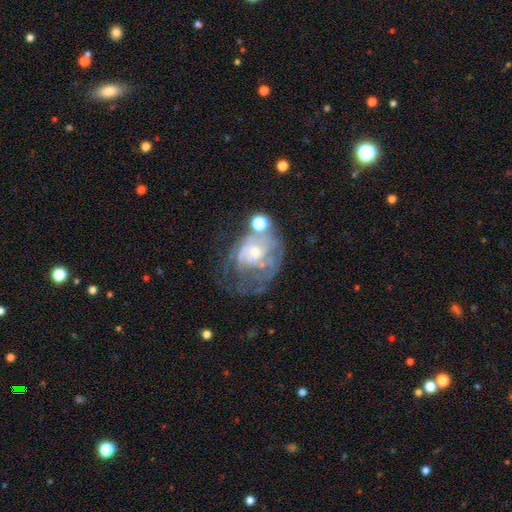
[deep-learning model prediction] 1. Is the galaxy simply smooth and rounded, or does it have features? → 69% featured or disk, 19% smooth, 12% star or artifact.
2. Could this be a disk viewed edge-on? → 97% no, 3% yes.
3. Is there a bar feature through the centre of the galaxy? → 78% no, 19% weak, 3% strong.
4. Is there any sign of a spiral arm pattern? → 58% yes, 42% no.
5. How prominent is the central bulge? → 51% small, 37% moderate, 6% none, 4% large, 1% dominant.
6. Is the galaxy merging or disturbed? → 39% major disturbance, 26% none, 18% minor disturbance, 17% merger.